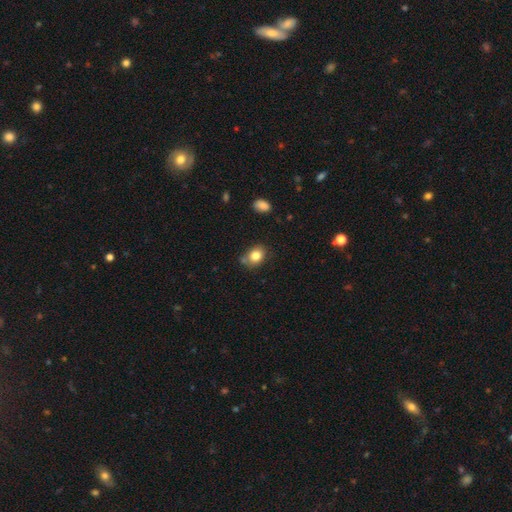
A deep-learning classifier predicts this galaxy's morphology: The model was most divided on "how rounded": in between: 52%, round: 47%, cigar-shaped: 1%. More confident: smooth or featured — smooth (81%); merging — none (65%).